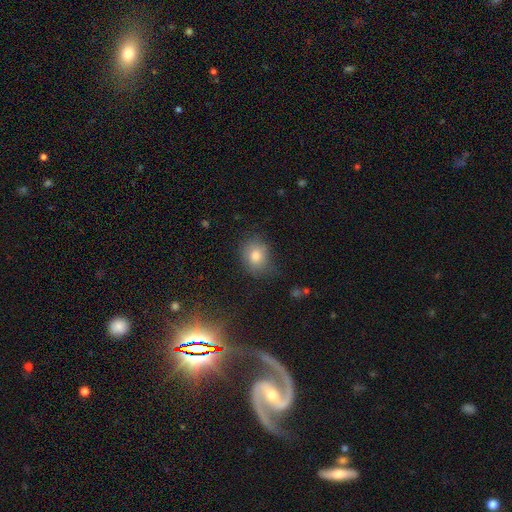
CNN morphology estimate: Q: Smooth or featured?
A: smooth (79%); runner-up: star or artifact (10%)
Q: How rounded?
A: round (58%); runner-up: in between (41%)
Q: Merging?
A: none (68%); runner-up: minor disturbance (23%)